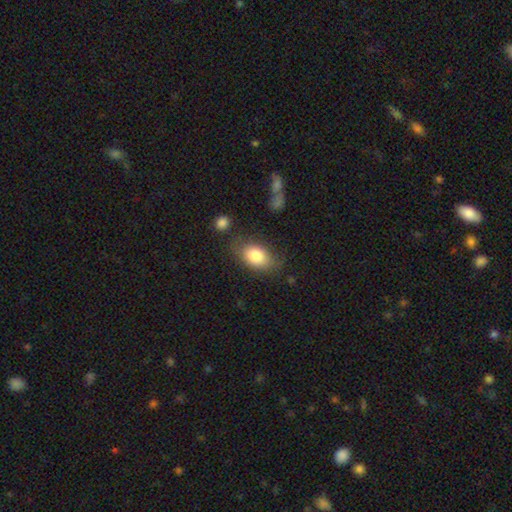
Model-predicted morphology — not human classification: Overall: smooth (81%). How rounded: in between (85%). Merging: none (70%).